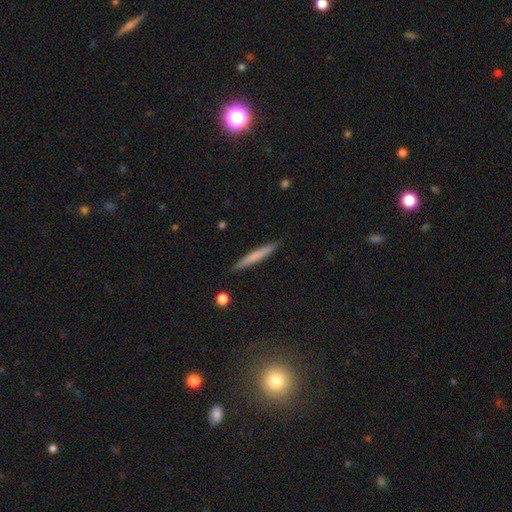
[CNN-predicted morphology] smooth_or_featured: smooth (p=0.66) [alt: featured or disk p=0.28]
how_rounded: cigar-shaped (p=0.96) [alt: in between p=0.03]
merging: none (p=0.90) [alt: minor disturbance p=0.08]